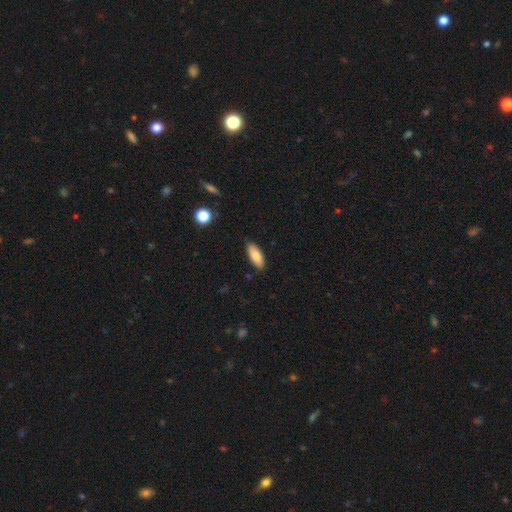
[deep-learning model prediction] Overall: smooth (83%). How rounded: in between (78%). Merging: none (86%).